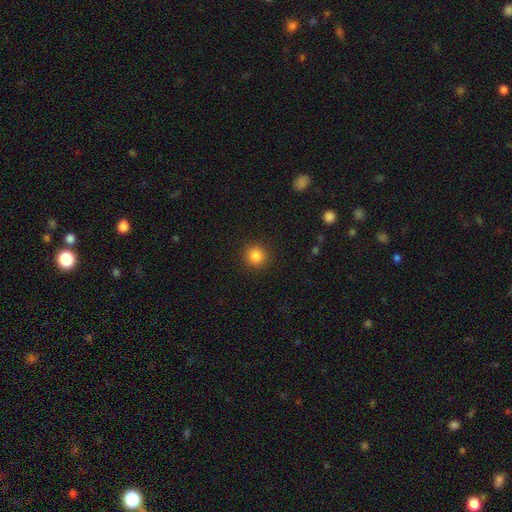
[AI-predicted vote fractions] The model was most divided on "smooth or featured": smooth: 85%, star or artifact: 11%, featured or disk: 4%. More confident: how rounded — round (94%); merging — none (92%).